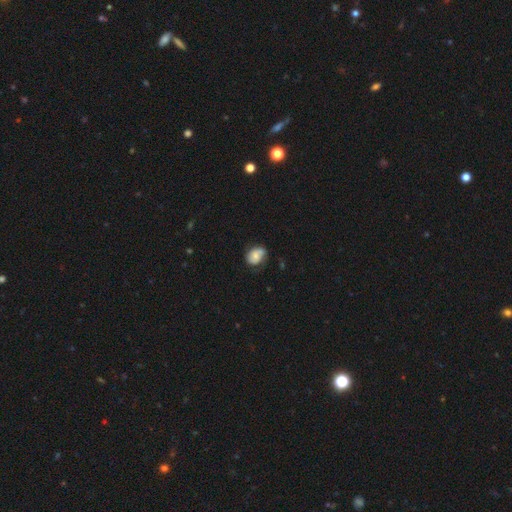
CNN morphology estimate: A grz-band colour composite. It shows a smooth galaxy with no disk features (52%) that is in between round and cigar-shaped (59%). Merging: none (61%).